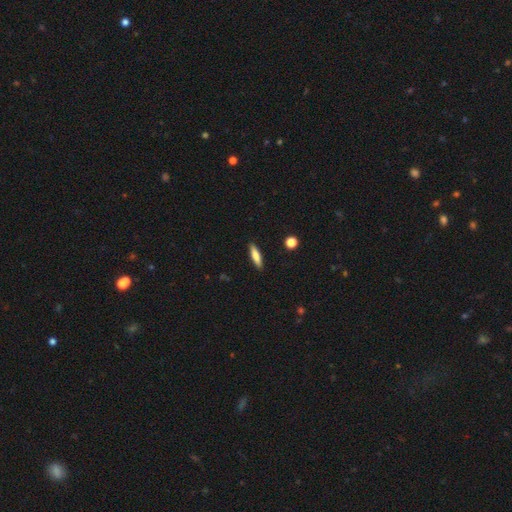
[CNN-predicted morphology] This appears to be a smooth galaxy with no disk features (76%) that is cigar-shaped (74%). Merging: none (90%).